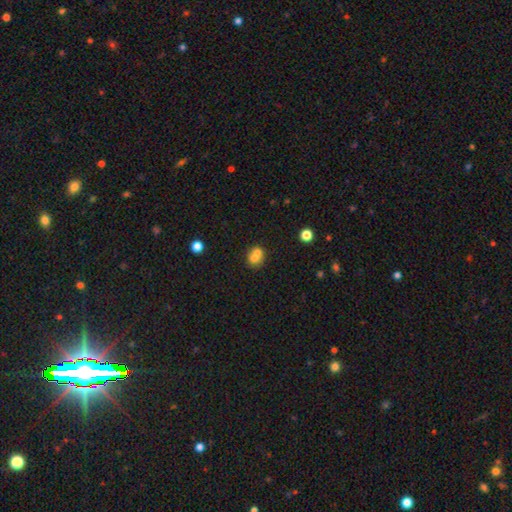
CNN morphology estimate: The model was most divided on "merging": merger: 56%, none: 32%, minor disturbance: 8%, major disturbance: 3%. More confident: smooth or featured — smooth (69%); how rounded — round (65%).